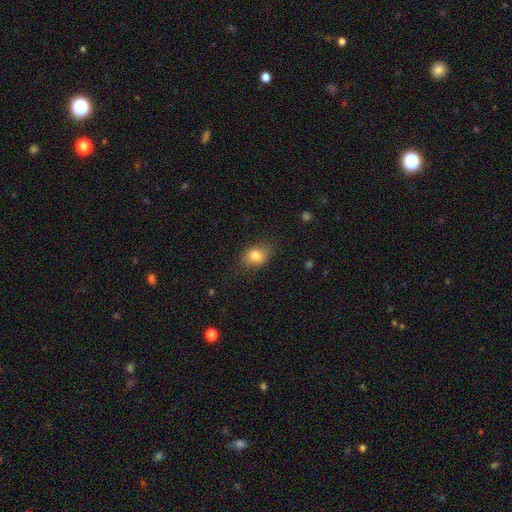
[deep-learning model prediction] Morphology: type=smooth (80%); roundness=in between (60%); merging=none (78%).